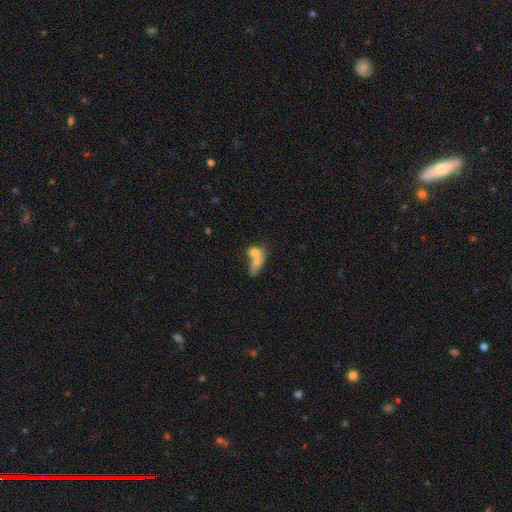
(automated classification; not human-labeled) smooth 67%, featured or disk 23%, star or artifact 10%. Down the decision tree: how rounded — in between (63%); merging — merger (63%).